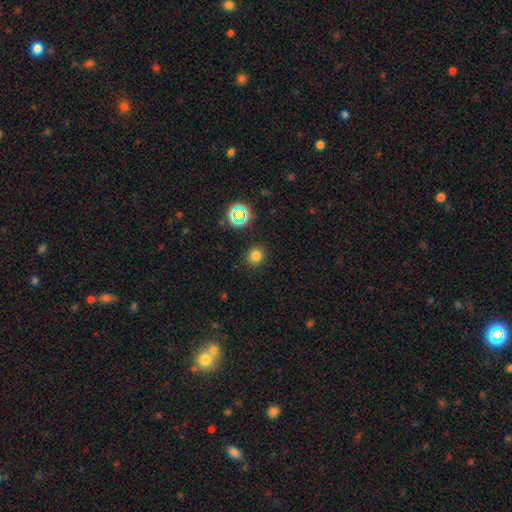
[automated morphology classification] A smooth galaxy with no disk features (76%) that is round (80%).

Vote fractions:
- Smooth or featured? smooth: 76% / star or artifact: 18% / featured or disk: 6%
- How rounded? round: 80% / in between: 19% / cigar-shaped: 1%
- Merging? none: 88% / minor disturbance: 7% / major disturbance: 3% / merger: 1%